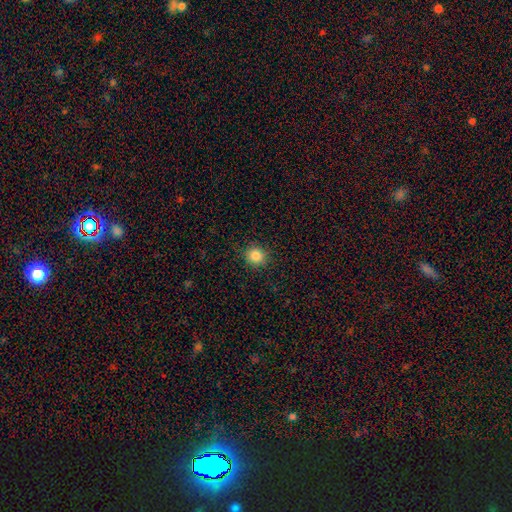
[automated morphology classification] Q: Smooth or featured?
A: smooth (84%); runner-up: star or artifact (11%)
Q: How rounded?
A: round (89%); runner-up: in between (10%)
Q: Merging?
A: none (91%); runner-up: minor disturbance (6%)